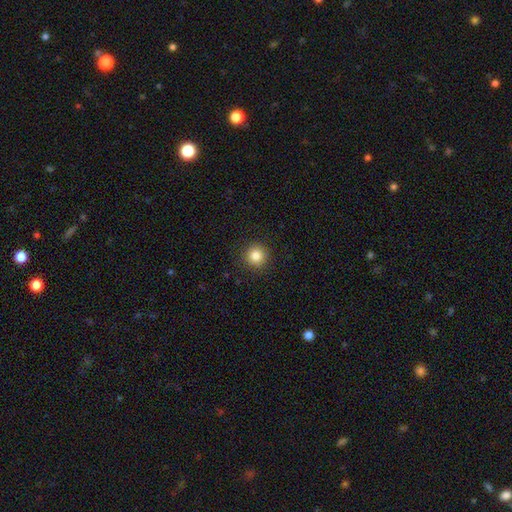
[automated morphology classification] The model was most divided on "smooth or featured": smooth: 84%, star or artifact: 11%, featured or disk: 5%. More confident: how rounded — round (95%); merging — none (91%).